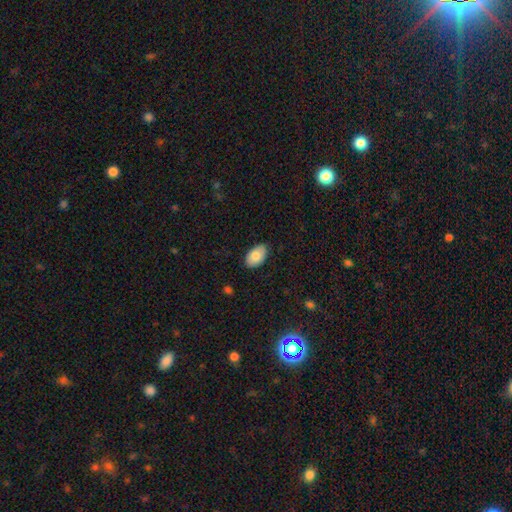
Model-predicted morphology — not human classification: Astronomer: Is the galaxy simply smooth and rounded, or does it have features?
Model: smooth — 83%.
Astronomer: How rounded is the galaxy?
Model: in between — 94%.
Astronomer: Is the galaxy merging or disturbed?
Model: none — 85%.